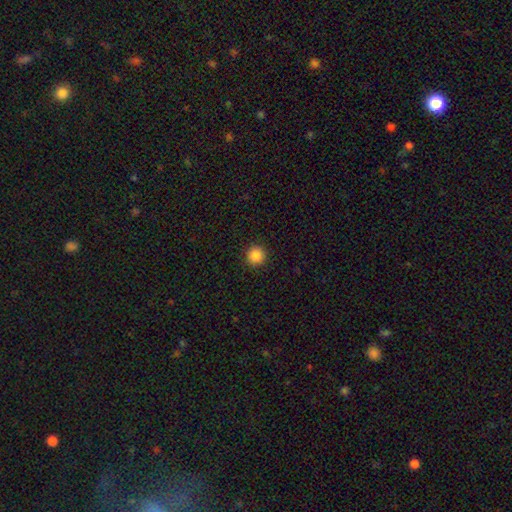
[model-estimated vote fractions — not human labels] A smooth galaxy with no disk features (87%) that is round (95%). Merging: none (92%).